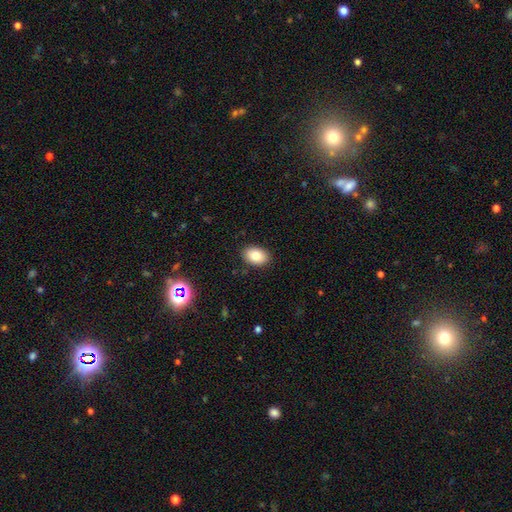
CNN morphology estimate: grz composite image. It shows a smooth galaxy with no disk features (83%) that is in between round and cigar-shaped (83%). Merging: none (89%).